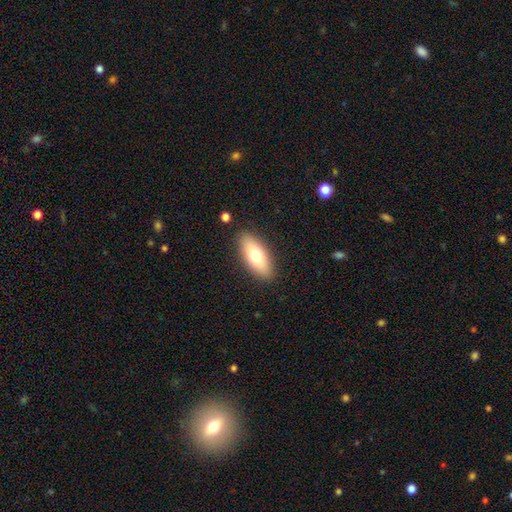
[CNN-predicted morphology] A smooth galaxy with no disk features (71%) that is in between round and cigar-shaped (76%).

Vote fractions:
- Smooth or featured? smooth: 71% / featured or disk: 22% / star or artifact: 7%
- How rounded? in between: 76% / cigar-shaped: 21% / round: 3%
- Merging? none: 88% / minor disturbance: 9% / major disturbance: 2% / merger: 1%